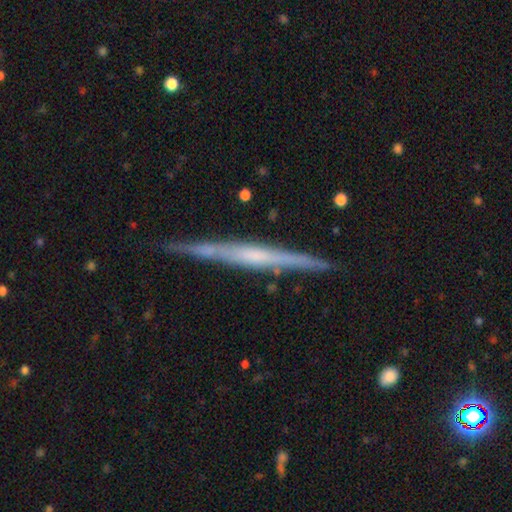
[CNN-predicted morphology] Smooth or featured: featured or disk — 74% (smooth — 20%)
Edge-on disk: yes — 98% (no — 2%)
Edge-on bulge: none — 53% (rounded — 28%)
Merging: none — 86% (minor disturbance — 11%)